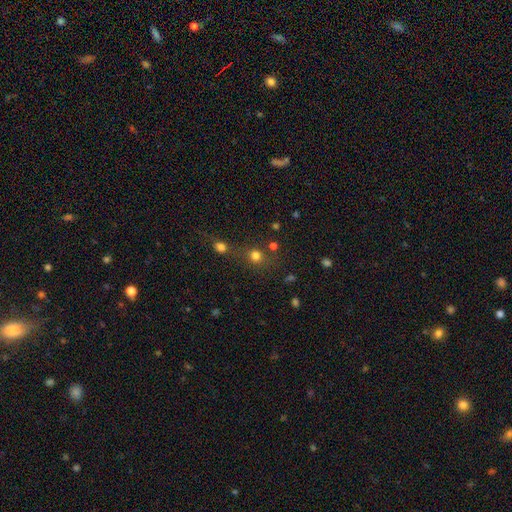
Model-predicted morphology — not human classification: type=smooth (74%); roundness=round (86%); merging=none (57%).